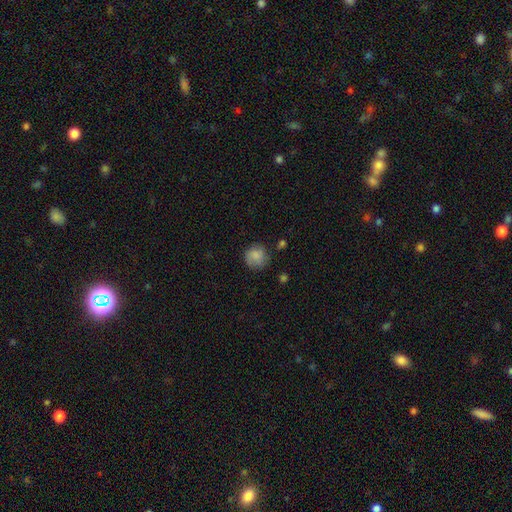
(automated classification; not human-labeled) The model was most divided on "merging": none: 73%, minor disturbance: 19%, major disturbance: 5%, merger: 2%. More confident: how rounded — round (89%); smooth or featured — smooth (81%).